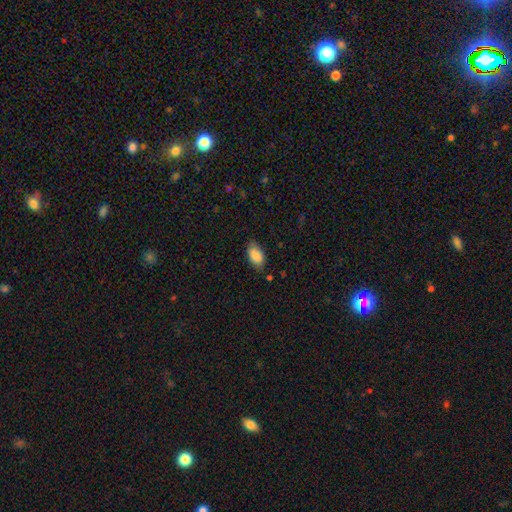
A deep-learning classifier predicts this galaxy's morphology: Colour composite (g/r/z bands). It shows a smooth galaxy with no disk features (88%) that is in between round and cigar-shaped (93%). Merging: none (77%).